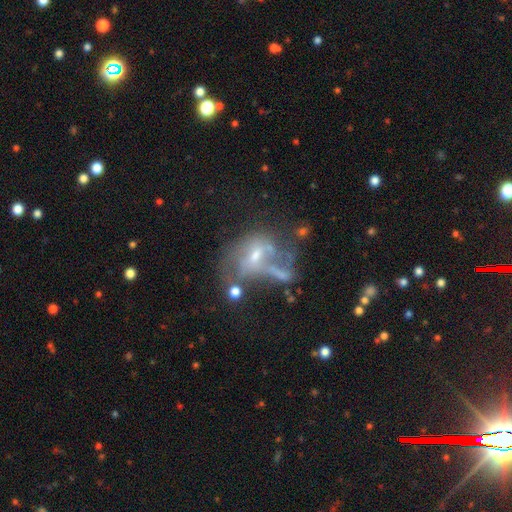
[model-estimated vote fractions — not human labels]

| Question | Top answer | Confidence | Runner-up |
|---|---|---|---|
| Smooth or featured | featured or disk | 62% | smooth (24%) |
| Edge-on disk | no | 95% | yes (5%) |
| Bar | no | 54% | weak (33%) |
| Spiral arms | no | 57% | yes (43%) |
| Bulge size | small | 50% | moderate (36%) |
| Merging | major disturbance | 33% | merger (27%) |